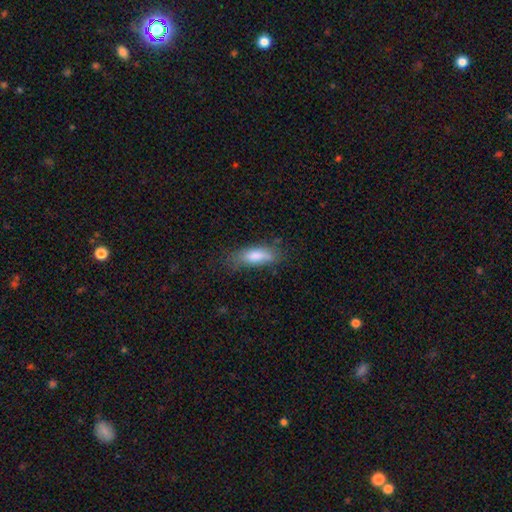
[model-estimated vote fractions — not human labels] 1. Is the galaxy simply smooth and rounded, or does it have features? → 77% smooth, 15% featured or disk, 8% star or artifact.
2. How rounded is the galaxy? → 65% in between, 33% cigar-shaped, 3% round.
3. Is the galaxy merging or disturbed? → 59% none, 28% minor disturbance, 11% major disturbance, 2% merger.